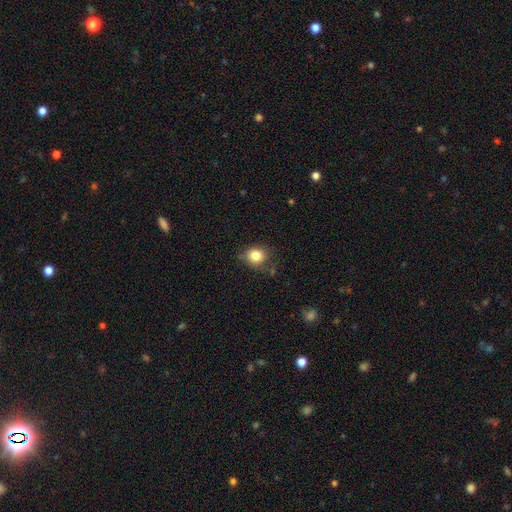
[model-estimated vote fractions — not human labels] Smooth or featured? smooth (82%)
How rounded? round (73%)
Merging? none (69%)